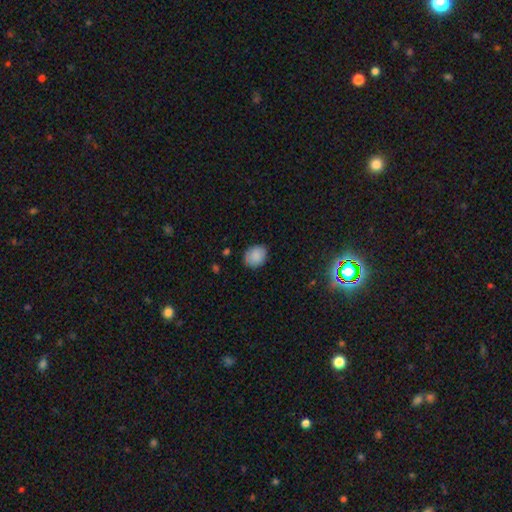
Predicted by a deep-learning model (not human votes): Q: Smooth or featured?
A: smooth (86%); runner-up: star or artifact (8%)
Q: How rounded?
A: round (57%); runner-up: in between (42%)
Q: Merging?
A: none (83%); runner-up: minor disturbance (14%)